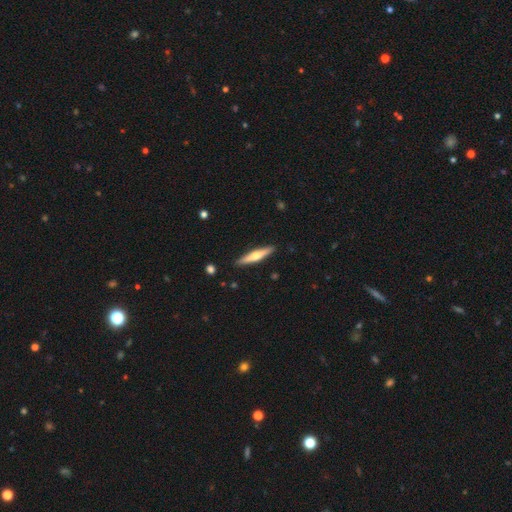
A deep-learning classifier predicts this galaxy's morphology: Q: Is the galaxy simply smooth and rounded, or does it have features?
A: featured or disk — 53%.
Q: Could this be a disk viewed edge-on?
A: yes — 95%.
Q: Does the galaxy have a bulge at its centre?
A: rounded — 89%.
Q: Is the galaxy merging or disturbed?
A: none — 90%.